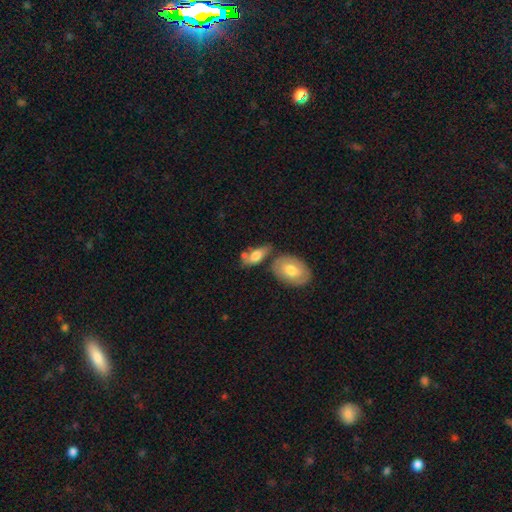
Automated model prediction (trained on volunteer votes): smooth_or_featured: smooth (p=0.68) [alt: featured or disk p=0.25]
how_rounded: in between (p=0.84) [alt: cigar-shaped p=0.10]
merging: none (p=0.48) [alt: merger p=0.26]